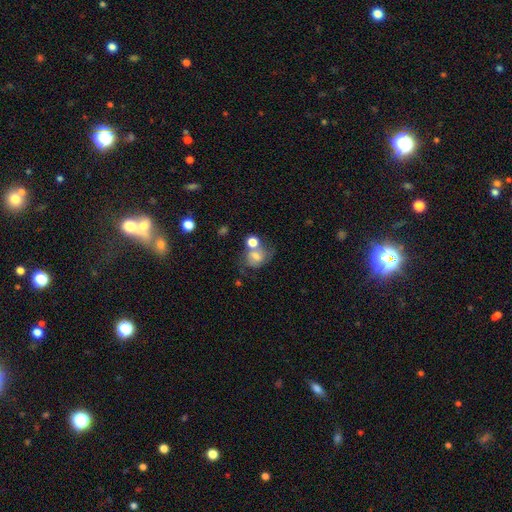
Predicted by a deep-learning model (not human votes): Smooth or featured? smooth (49%)
Merging? none (37%)